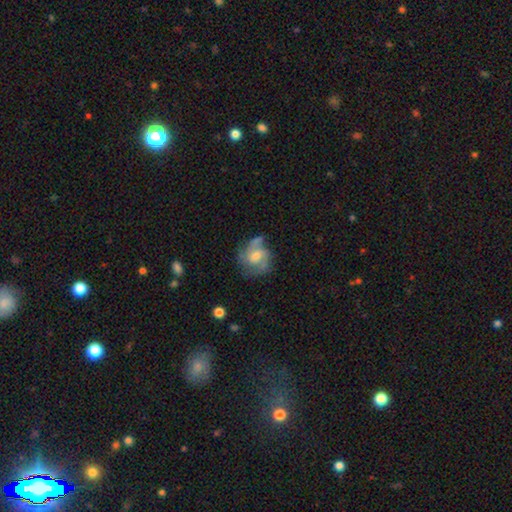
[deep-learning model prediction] smooth-or-featured: featured or disk: 70% | smooth: 23% | star or artifact: 7%
  disk-edge-on: no: 98% | yes: 2%
    bar: no: 47% | weak: 44% | strong: 9%
    has-spiral-arms: yes: 88% | no: 12%
      spiral-winding: medium: 47% | tight: 31% | loose: 22%
      spiral-arm-count: 2: 47% | 3: 21% | can't tell: 19% | 1: 6% | 4: 4% | more than 4: 3%
    bulge-size: moderate: 53% | small: 30% | large: 9% | none: 7% | dominant: 1%
  merging: none: 57% | minor disturbance: 24% | major disturbance: 15% | merger: 5%